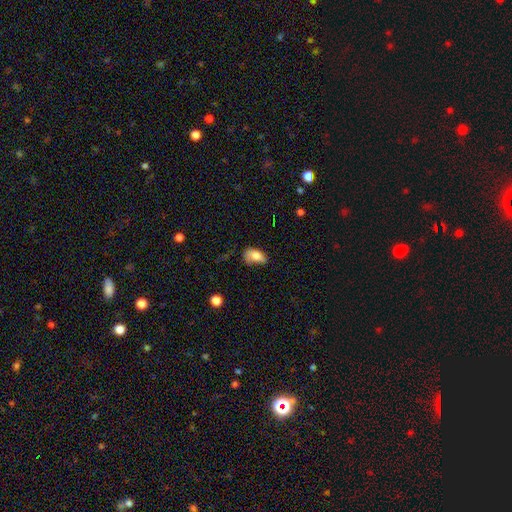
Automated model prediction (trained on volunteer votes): Morphology: type=smooth (80%); roundness=in between (89%); merging=none (40%).